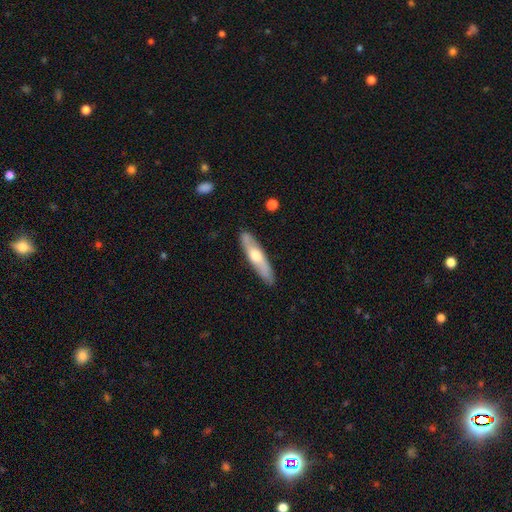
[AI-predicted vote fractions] The model was most divided on "smooth or featured": featured or disk: 49%, smooth: 46%, star or artifact: 5%. More confident: merging — none (87%).